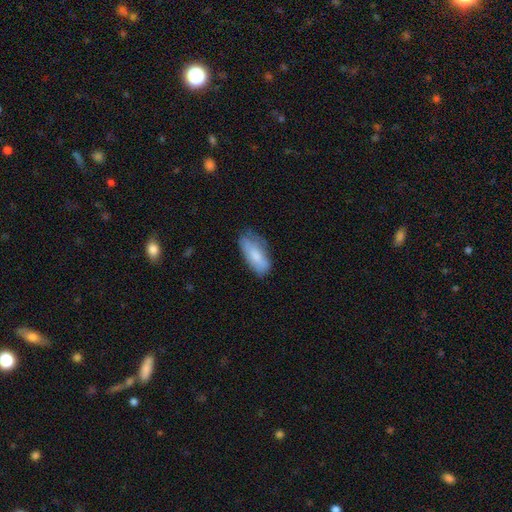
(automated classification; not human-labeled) Smooth or featured? smooth (75%)
How rounded? in between (83%)
Merging? none (60%)